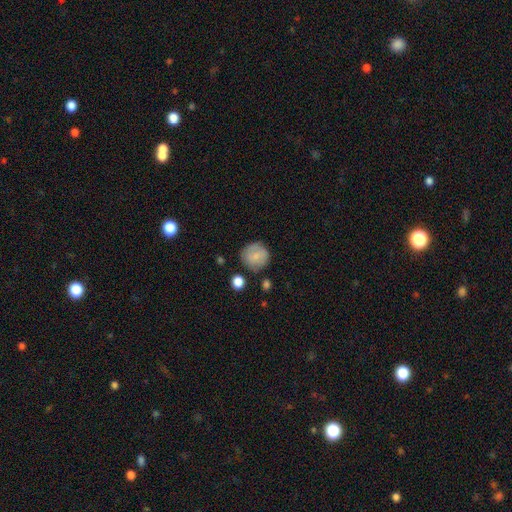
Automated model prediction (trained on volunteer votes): The model was most divided on "smooth or featured": smooth: 74%, featured or disk: 18%, star or artifact: 8%. More confident: how rounded — round (92%); merging — none (78%).